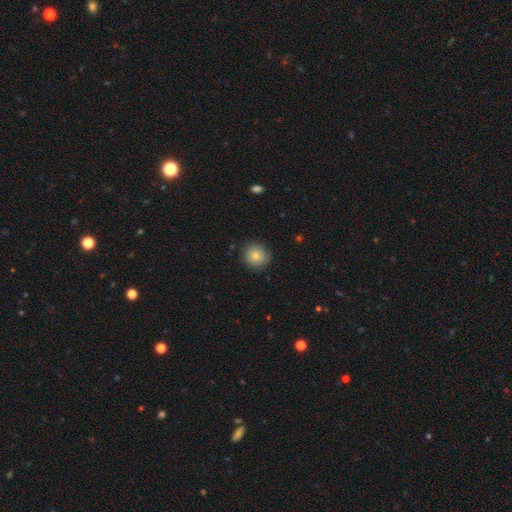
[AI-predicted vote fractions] Q: Smooth or featured?
A: smooth (81%); runner-up: star or artifact (10%)
Q: How rounded?
A: round (91%); runner-up: in between (8%)
Q: Merging?
A: none (86%); runner-up: minor disturbance (10%)